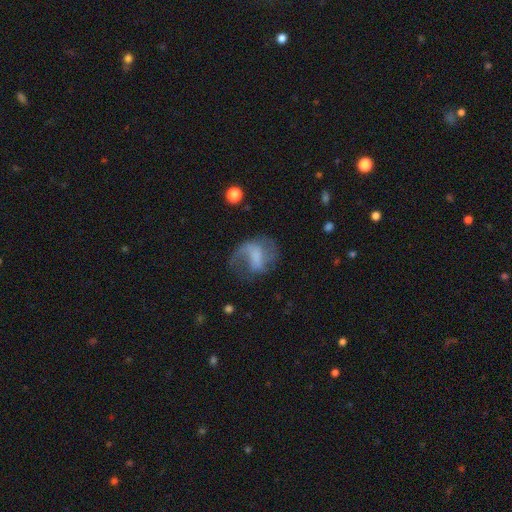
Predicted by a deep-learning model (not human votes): smooth_or_featured: featured or disk (p=0.60) [alt: smooth p=0.31]
disk_edge_on: no (p=0.97) [alt: yes p=0.03]
bar: weak (p=0.42) [alt: no p=0.38]
has_spiral_arms: yes (p=0.75) [alt: no p=0.25]
bulge_size: none (p=0.47) [alt: small p=0.20]
merging: none (p=0.41) [alt: major disturbance p=0.36]